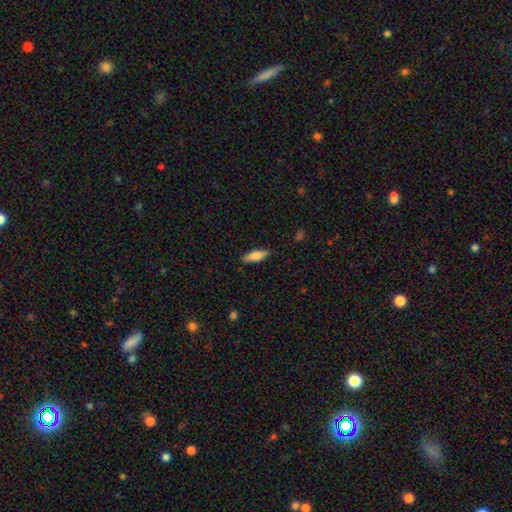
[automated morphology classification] smooth-or-featured: smooth: 75% | featured or disk: 19% | star or artifact: 6%
  how-rounded: in between: 50% | cigar-shaped: 48% | round: 2%
  merging: none: 86% | minor disturbance: 11% | major disturbance: 2% | merger: 1%